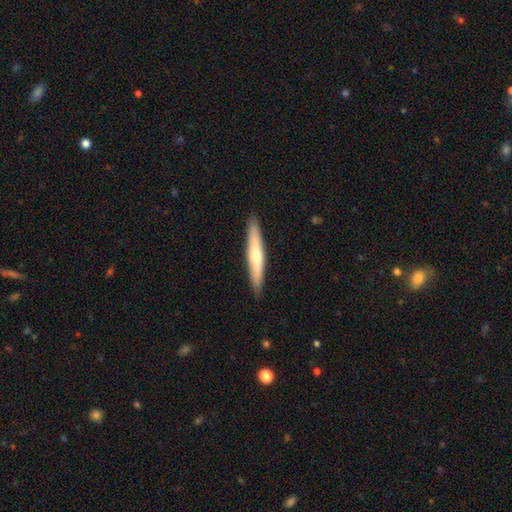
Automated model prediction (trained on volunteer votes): Overall: smooth (50%; featured or disk 45%). Merging: none (90%).